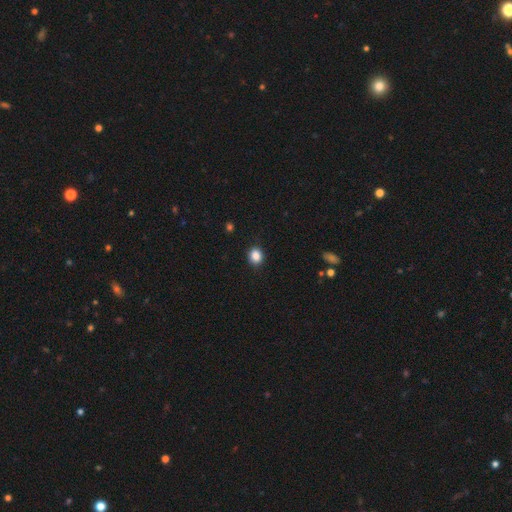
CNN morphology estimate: smooth-or-featured: smooth: 87% | star or artifact: 10% | featured or disk: 3%
  how-rounded: round: 69% | in between: 30% | cigar-shaped: 1%
  merging: none: 90% | minor disturbance: 7% | major disturbance: 2% | merger: 1%